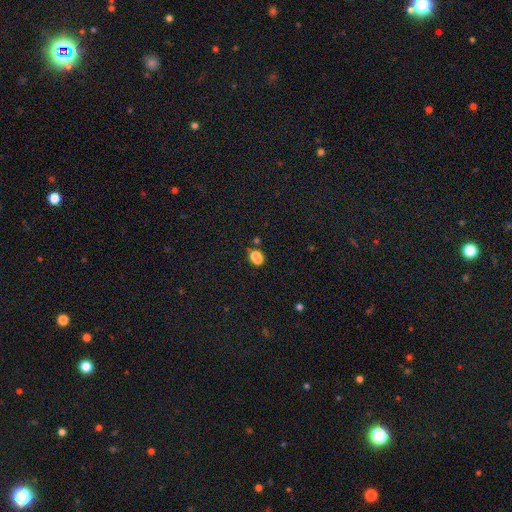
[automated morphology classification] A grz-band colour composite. It shows a smooth galaxy with no disk features (75%) that is in between round and cigar-shaped (67%). Merging: none (60%).